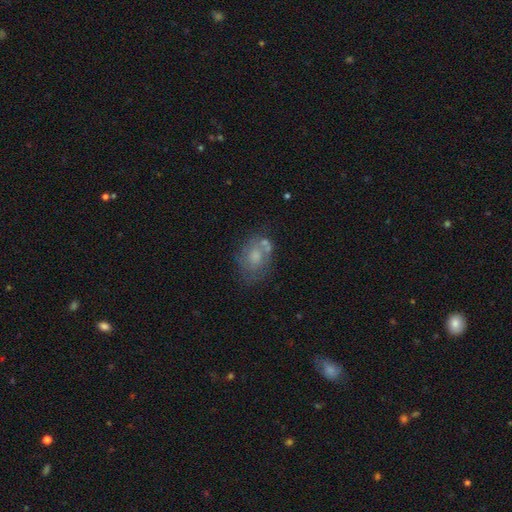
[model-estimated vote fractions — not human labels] Overall: smooth (48%; featured or disk 40%). Merging: none (49%; minor disturbance 22%).